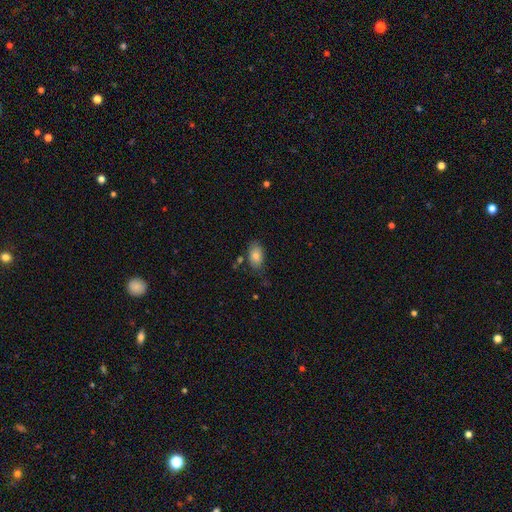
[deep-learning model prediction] smooth_or_featured: smooth (p=0.80) [alt: featured or disk p=0.12]
how_rounded: in between (p=0.91) [alt: round p=0.06]
merging: none (p=0.73) [alt: minor disturbance p=0.19]